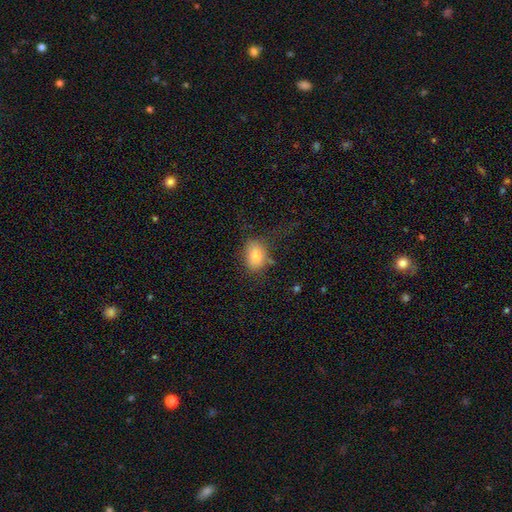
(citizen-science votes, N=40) This is clearly a smooth galaxy (85%). How rounded: likely in between (71%). Merging: possibly none (57%).